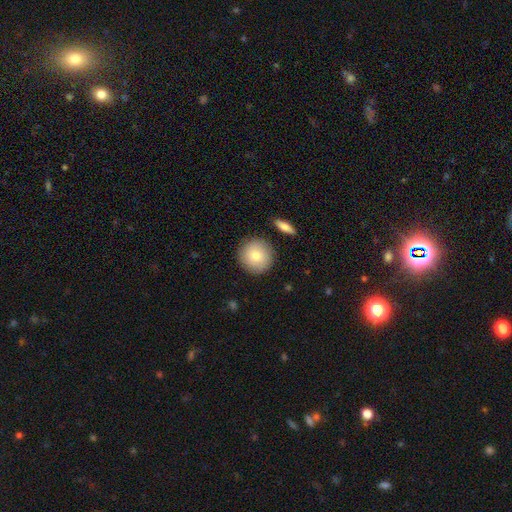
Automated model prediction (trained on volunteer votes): smooth 79%, featured or disk 13%, star or artifact 8%. Down the decision tree: how rounded — round (94%); merging — none (87%).